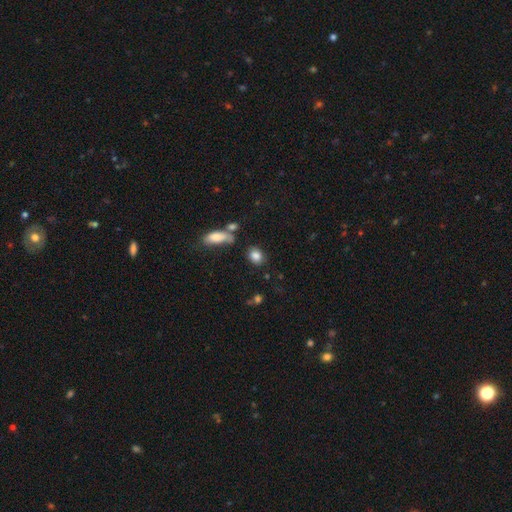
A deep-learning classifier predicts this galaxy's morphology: This appears to be a smooth galaxy with no disk features (84%) that is in between round and cigar-shaped (56%). Merging: none (73%).